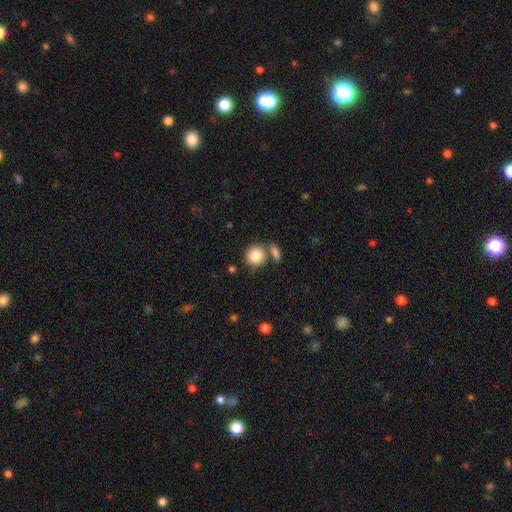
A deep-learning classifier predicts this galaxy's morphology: Smooth or featured: smooth — 85% (star or artifact — 8%)
How rounded: round — 84% (in between — 15%)
Merging: none — 64% (merger — 22%)